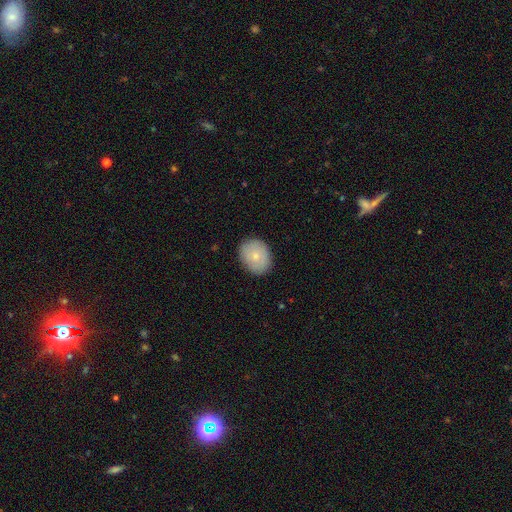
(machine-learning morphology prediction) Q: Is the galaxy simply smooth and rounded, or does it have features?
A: smooth — 75%.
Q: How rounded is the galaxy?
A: in between — 50%.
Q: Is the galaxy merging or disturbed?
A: none — 86%.